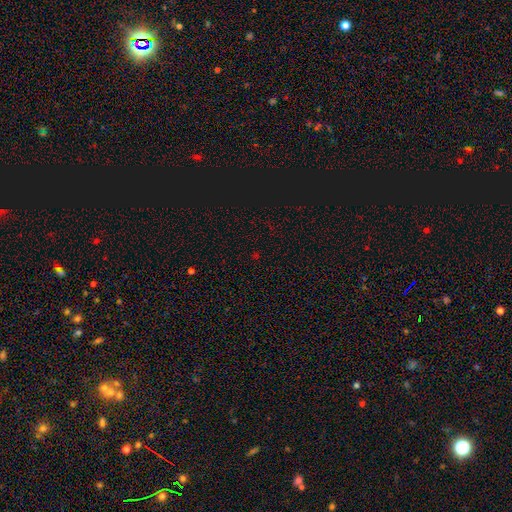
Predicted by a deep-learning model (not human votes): This appears to be a star or artifact, not a galaxy (68%).